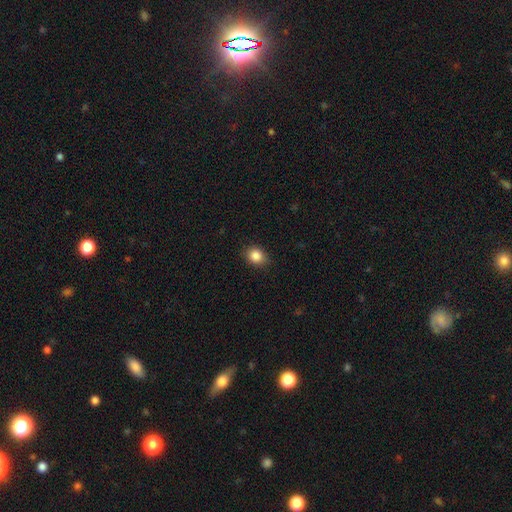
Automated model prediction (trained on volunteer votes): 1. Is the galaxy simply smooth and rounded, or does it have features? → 86% smooth, 9% star or artifact, 5% featured or disk.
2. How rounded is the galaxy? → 50% round, 49% in between, 1% cigar-shaped.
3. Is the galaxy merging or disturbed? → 86% none, 11% minor disturbance, 2% major disturbance, 1% merger.